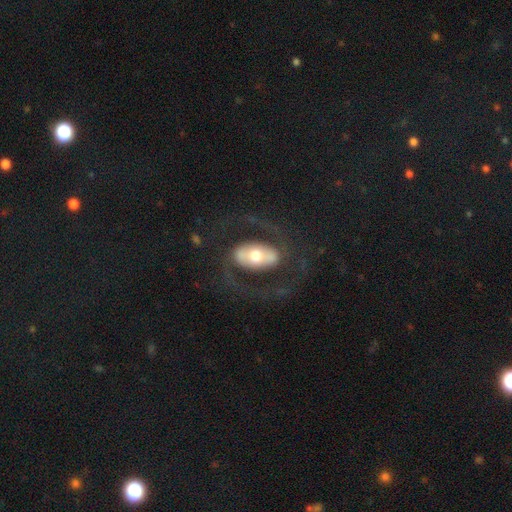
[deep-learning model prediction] Morphology: type=featured or disk (73%); edge-on=no (93%); bar=strong (46%); spiral arms=yes (74%); winding=medium (49%); arm count=2 (88%); bulge=moderate (61%); merging=none (69%).